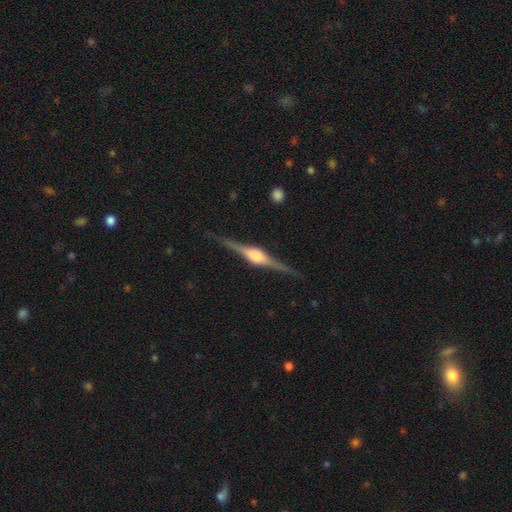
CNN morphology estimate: The model was most divided on "edge-on bulge": rounded: 81%, boxy: 17%, none: 2%. More confident: edge-on disk — yes (98%); smooth or featured — featured or disk (87%); merging — none (87%).